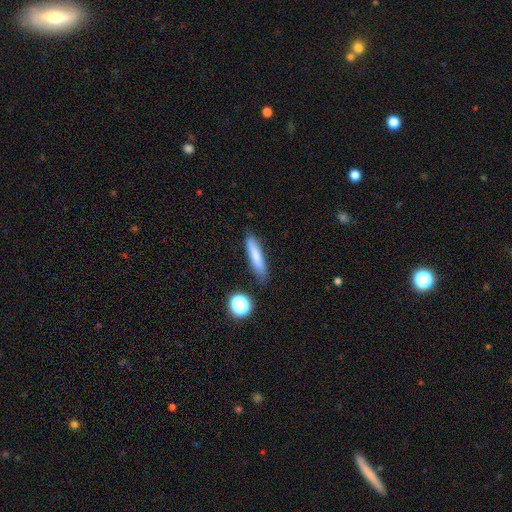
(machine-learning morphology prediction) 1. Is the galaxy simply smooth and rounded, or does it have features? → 77% smooth, 15% featured or disk, 9% star or artifact.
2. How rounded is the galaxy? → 84% cigar-shaped, 13% in between, 2% round.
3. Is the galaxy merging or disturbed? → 81% none, 13% minor disturbance, 3% major disturbance, 3% merger.